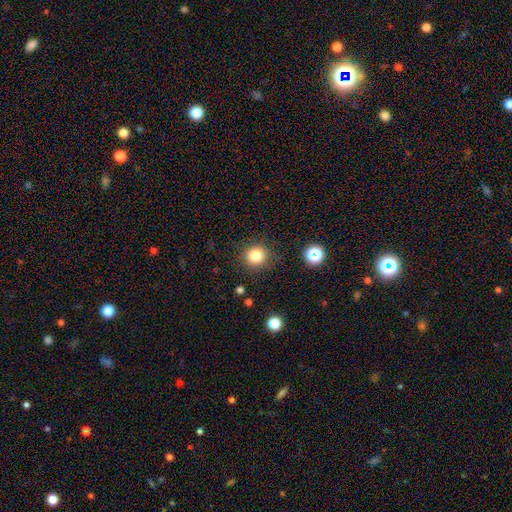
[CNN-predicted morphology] type=smooth (82%); roundness=round (90%); merging=none (86%).